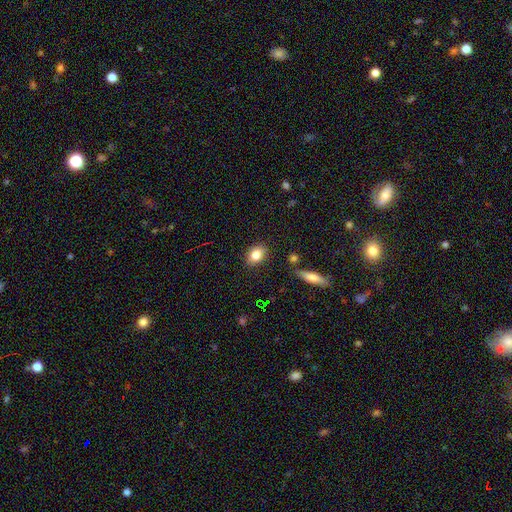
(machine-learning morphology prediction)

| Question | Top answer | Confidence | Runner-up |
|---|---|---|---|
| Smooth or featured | smooth | 82% | star or artifact (9%) |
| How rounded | in between | 69% | round (29%) |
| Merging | none | 85% | minor disturbance (10%) |